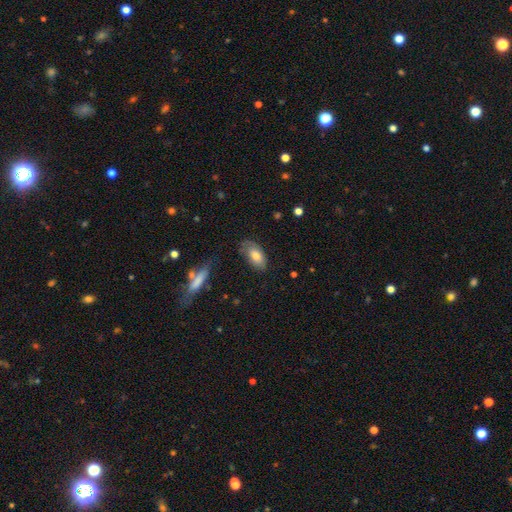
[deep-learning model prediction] Smooth or featured: smooth — 75% (featured or disk — 18%)
How rounded: in between — 92% (cigar-shaped — 5%)
Merging: none — 61% (minor disturbance — 27%)